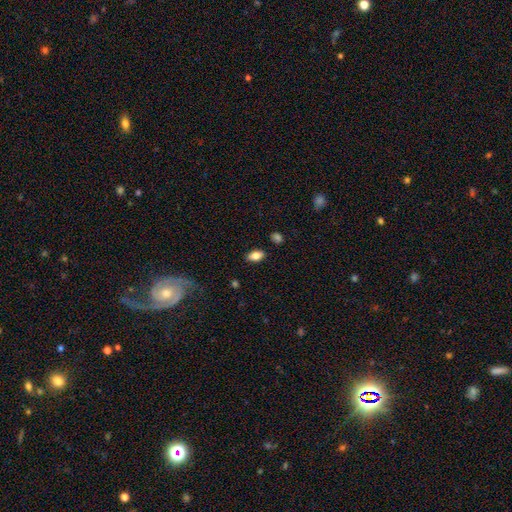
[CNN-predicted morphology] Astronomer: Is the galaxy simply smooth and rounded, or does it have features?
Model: smooth — 83%.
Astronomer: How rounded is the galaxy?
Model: in between — 90%.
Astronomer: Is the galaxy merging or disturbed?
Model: none — 86%.